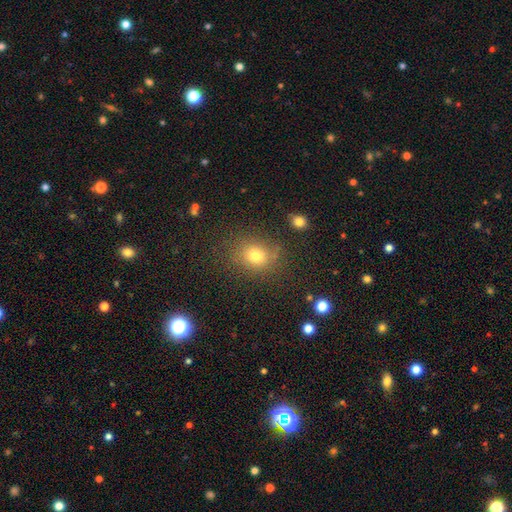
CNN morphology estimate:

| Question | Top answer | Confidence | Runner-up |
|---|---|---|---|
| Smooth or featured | smooth | 75% | star or artifact (16%) |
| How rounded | round | 62% | in between (37%) |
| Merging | none | 79% | minor disturbance (13%) |